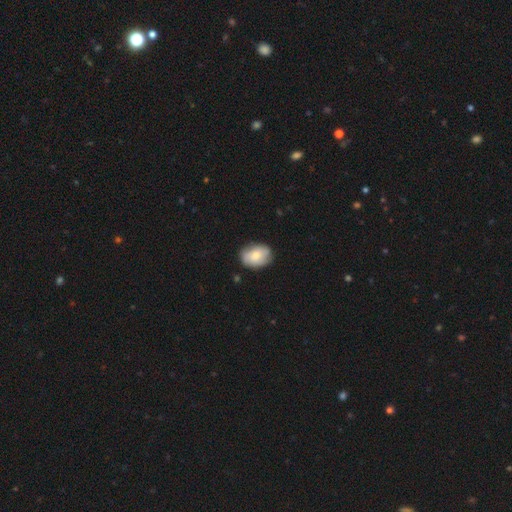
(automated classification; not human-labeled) A smooth galaxy with no disk features (72%) that is in between round and cigar-shaped (73%). Merging: none (75%).